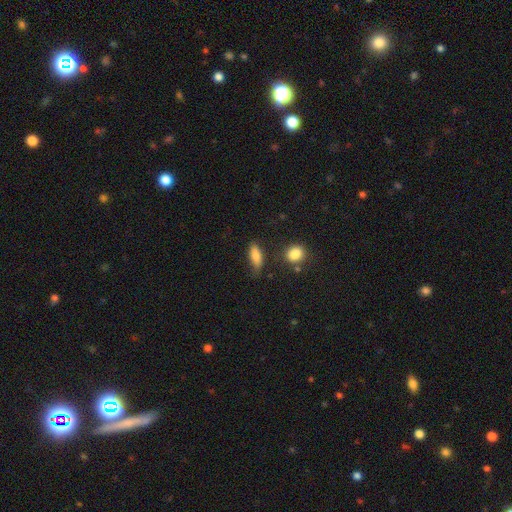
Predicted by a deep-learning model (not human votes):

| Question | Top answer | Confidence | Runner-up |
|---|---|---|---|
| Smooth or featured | smooth | 81% | featured or disk (11%) |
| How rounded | in between | 73% | cigar-shaped (23%) |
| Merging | none | 63% | minor disturbance (25%) |